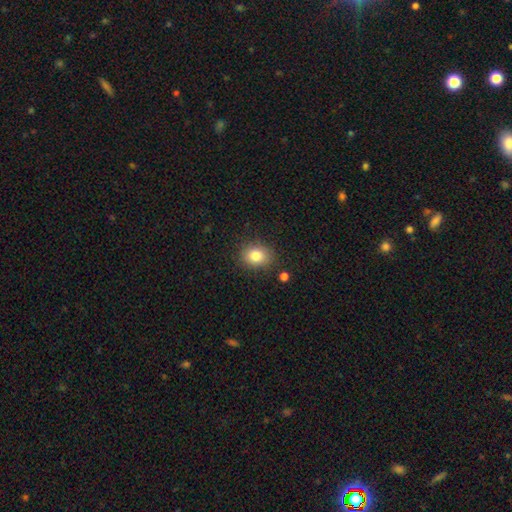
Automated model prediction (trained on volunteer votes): Smooth or featured?
  - smooth: 82% *
  - star or artifact: 10%
  - featured or disk: 7%
How rounded?
  - round: 57% *
  - in between: 42%
  - cigar-shaped: 1%
Merging?
  - none: 85% *
  - minor disturbance: 10%
  - major disturbance: 3%
  - merger: 2%